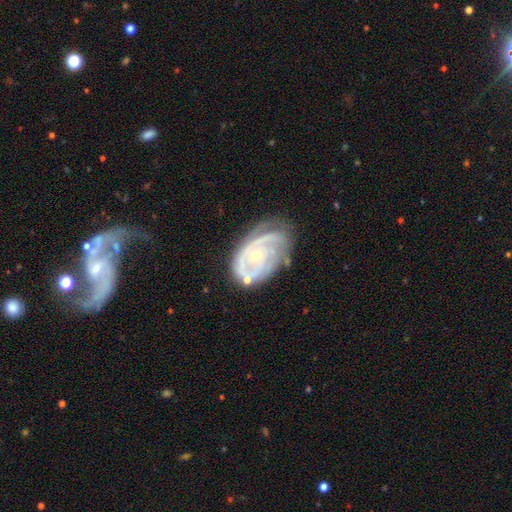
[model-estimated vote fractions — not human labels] Morphology: type=featured or disk (83%); edge-on=no (96%); bar=no (72%); spiral arms=yes (90%); winding=tight (63%); arm count=can't tell (33%); bulge=small (65%); merging=none (53%).